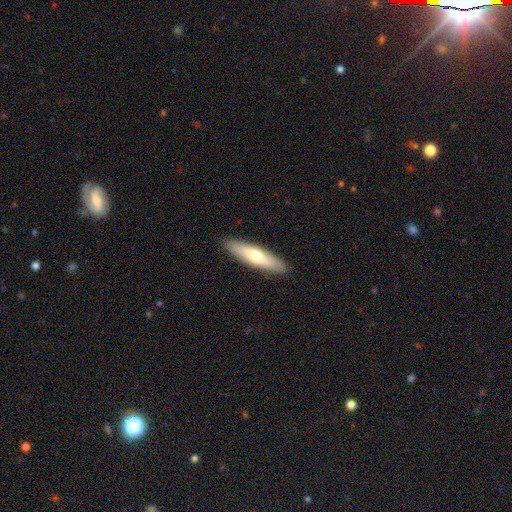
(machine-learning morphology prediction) smooth-or-featured: smooth: 61% | featured or disk: 34% | star or artifact: 5%
  how-rounded: cigar-shaped: 72% | in between: 26% | round: 2%
  merging: none: 90% | minor disturbance: 7% | major disturbance: 2% | merger: 1%